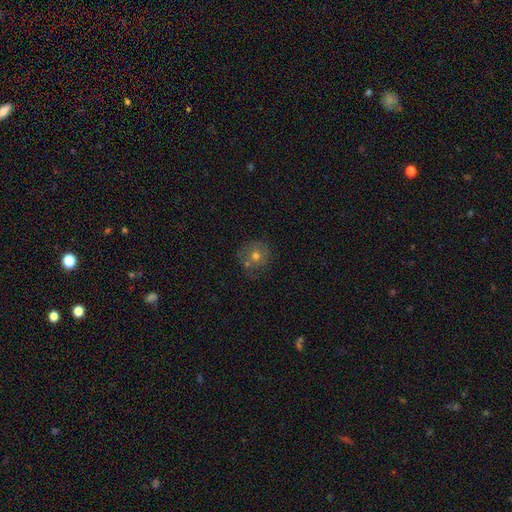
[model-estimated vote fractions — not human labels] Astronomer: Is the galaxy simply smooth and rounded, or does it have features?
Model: smooth — 59%.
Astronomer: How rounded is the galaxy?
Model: round — 89%.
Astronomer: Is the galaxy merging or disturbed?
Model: none — 60%.